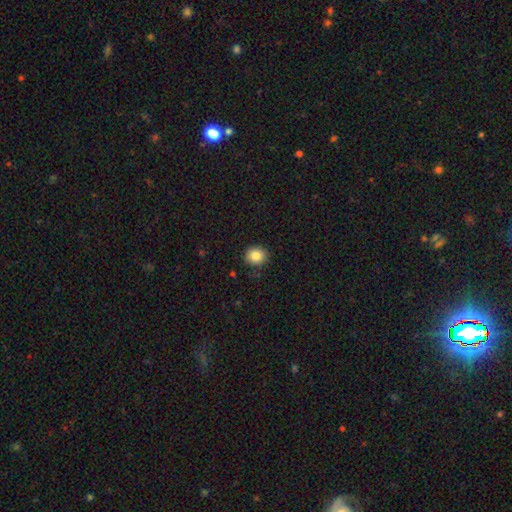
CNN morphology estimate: smooth_or_featured: smooth (p=0.84) [alt: star or artifact p=0.10]
how_rounded: round (p=0.83) [alt: in between p=0.16]
merging: none (p=0.87) [alt: minor disturbance p=0.10]